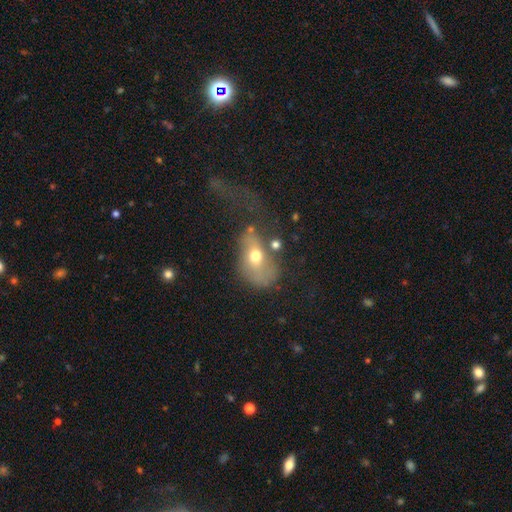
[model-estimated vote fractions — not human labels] The model was most divided on "merging": major disturbance: 37%, none: 30%, minor disturbance: 23%, merger: 10%. More confident: how rounded — in between (74%); smooth or featured — smooth (59%).